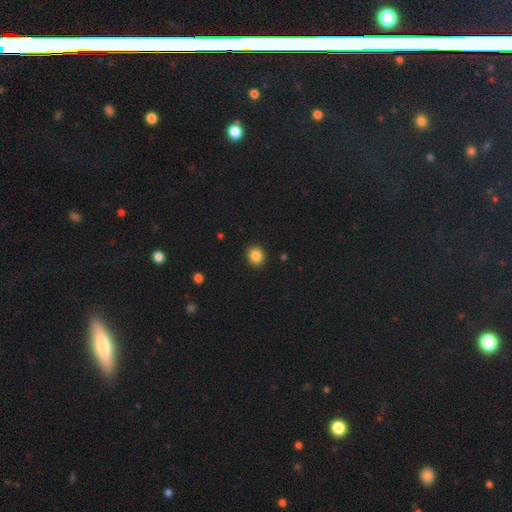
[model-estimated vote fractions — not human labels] Smooth or featured: smooth — 86% (star or artifact — 10%)
How rounded: round — 81% (in between — 18%)
Merging: none — 91% (minor disturbance — 6%)